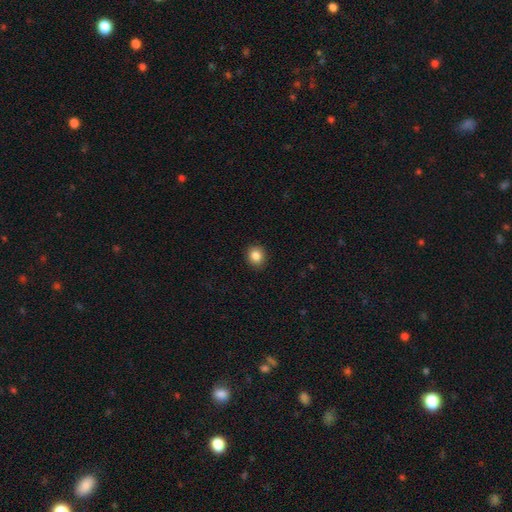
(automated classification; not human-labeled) Smooth or featured? Predicted: smooth (p=0.85). How rounded? Predicted: round (p=0.76). Merging? Predicted: none (p=0.91).